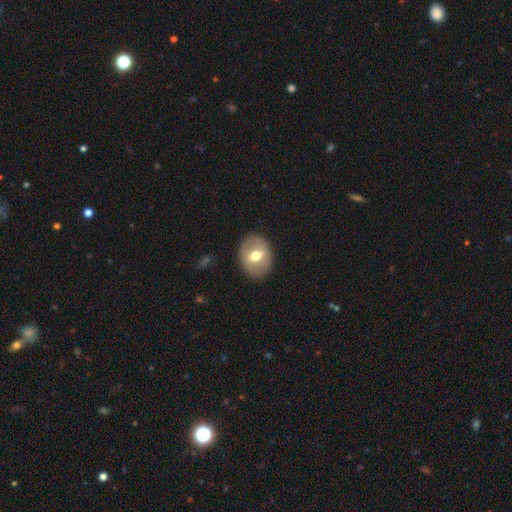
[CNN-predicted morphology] This is possibly a smooth galaxy (50%). How rounded: possibly round (52%). Merging: clearly none (85%).